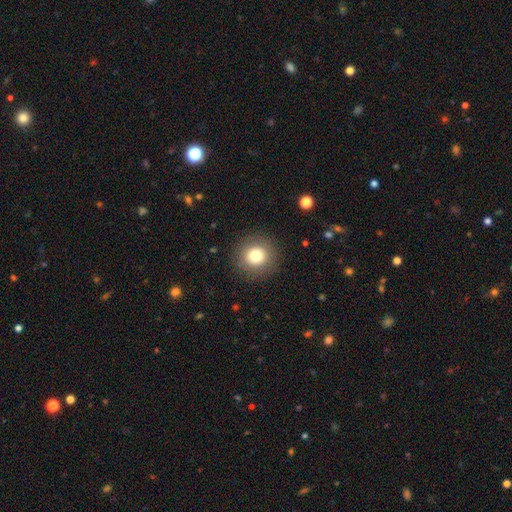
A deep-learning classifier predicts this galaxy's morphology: smooth_or_featured: smooth (p=0.79) [alt: star or artifact p=0.12]
how_rounded: round (p=0.93) [alt: in between p=0.06]
merging: none (p=0.89) [alt: minor disturbance p=0.06]